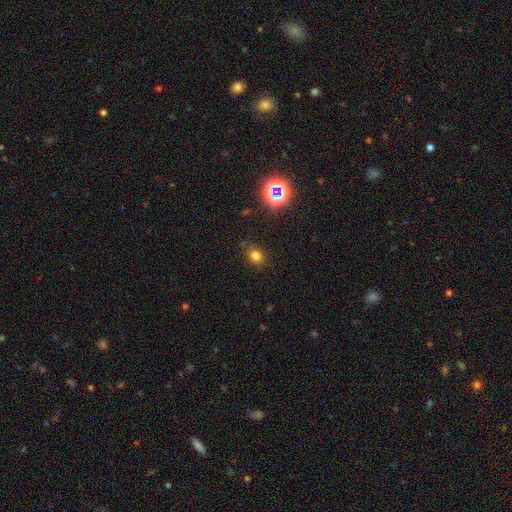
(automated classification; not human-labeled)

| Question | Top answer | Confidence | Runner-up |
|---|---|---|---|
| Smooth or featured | smooth | 73% | star or artifact (20%) |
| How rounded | round | 68% | in between (31%) |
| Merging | none | 81% | minor disturbance (13%) |